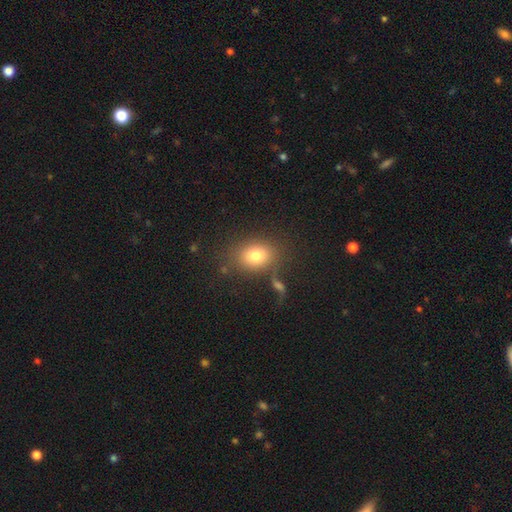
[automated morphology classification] The model was most divided on "how rounded": in between: 61%, round: 38%, cigar-shaped: 1%. More confident: smooth or featured — smooth (79%); merging — none (74%).